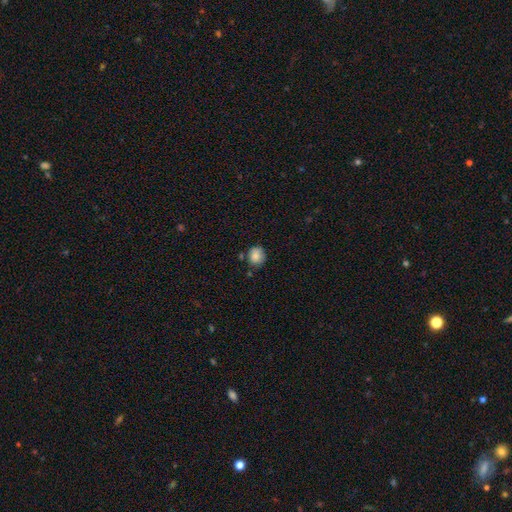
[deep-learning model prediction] Smooth or featured: smooth — 84% (star or artifact — 9%)
How rounded: round — 78% (in between — 21%)
Merging: none — 70% (minor disturbance — 20%)